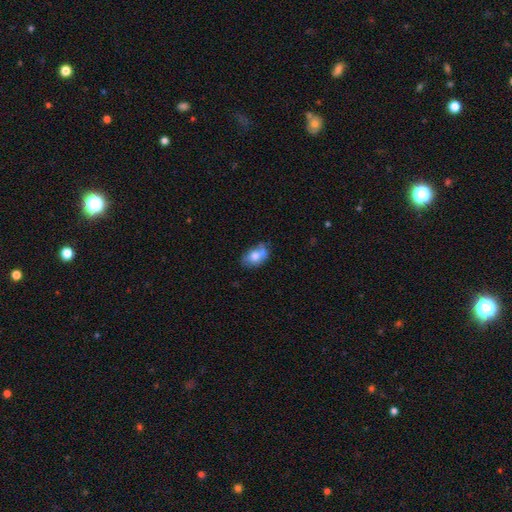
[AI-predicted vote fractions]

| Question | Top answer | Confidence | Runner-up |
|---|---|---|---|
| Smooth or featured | smooth | 72% | featured or disk (20%) |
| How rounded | in between | 81% | round (17%) |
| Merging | none | 47% | minor disturbance (28%) |